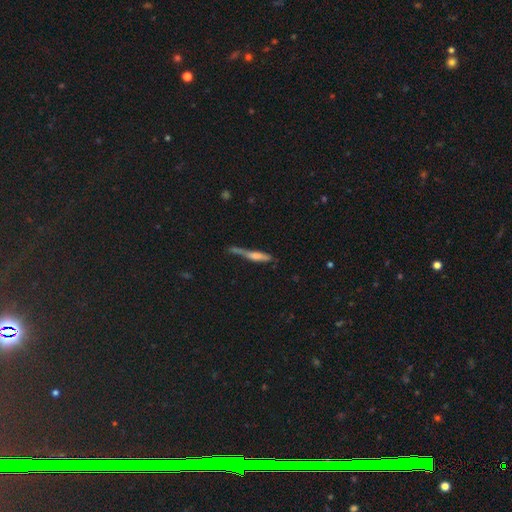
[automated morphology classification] Smooth or featured? Predicted: featured or disk (p=0.57). Edge-on disk? Predicted: yes (p=0.91). Edge-on bulge? Predicted: rounded (p=0.66). Merging? Predicted: none (p=0.60).